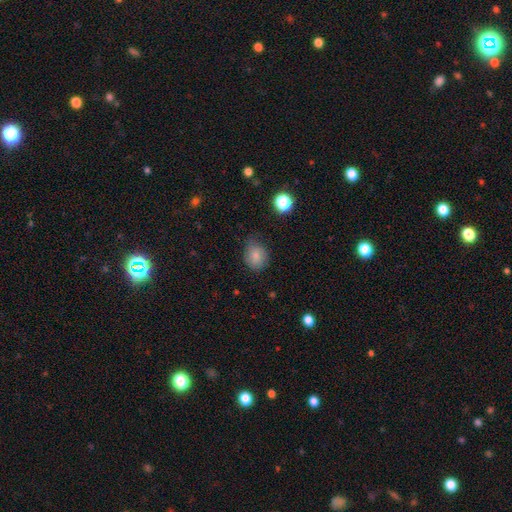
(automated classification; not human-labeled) This appears to be a smooth galaxy with no disk features (81%) that is round (52%). Merging: none (63%).